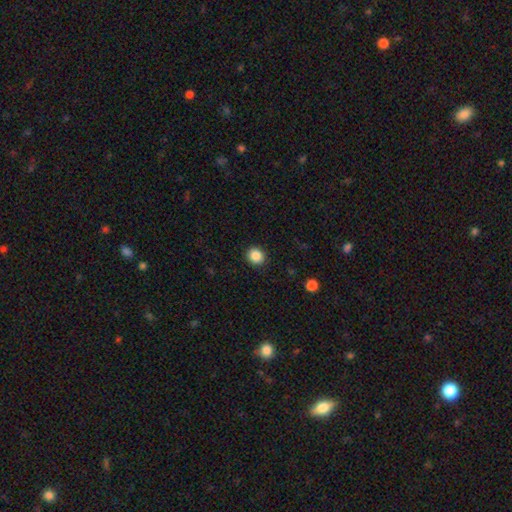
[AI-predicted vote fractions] A smooth galaxy with no disk features (87%) that is round (84%). Merging: none (91%).